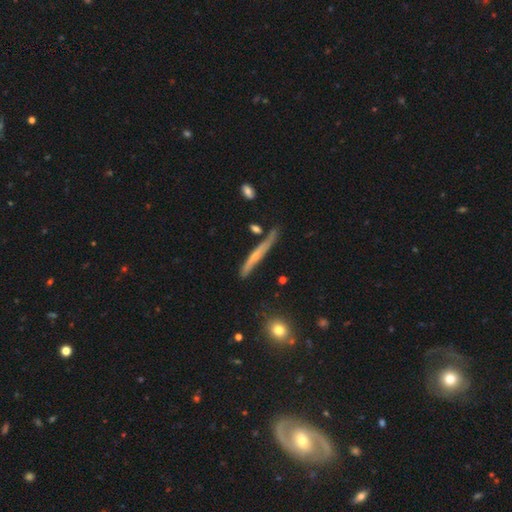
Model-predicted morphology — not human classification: A featured or disk galaxy (60%) viewed edge-on (92%) with a rounded central bulge (54%). Merging: none (70%).